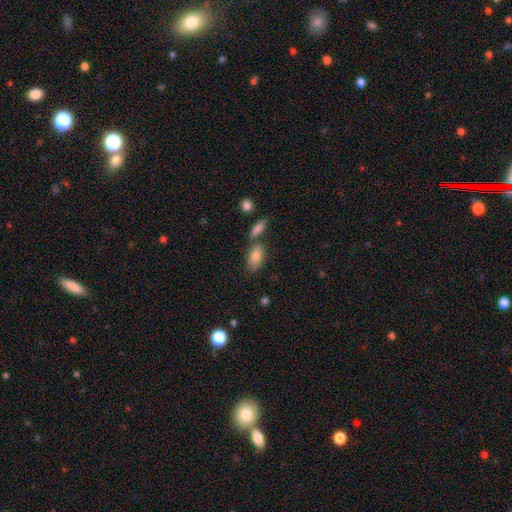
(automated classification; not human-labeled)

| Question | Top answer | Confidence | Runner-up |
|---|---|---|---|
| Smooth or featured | smooth | 83% | featured or disk (10%) |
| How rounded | in between | 91% | cigar-shaped (5%) |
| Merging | none | 61% | merger (22%) |